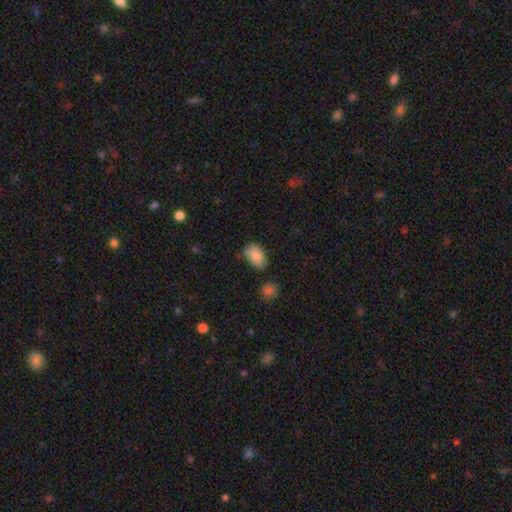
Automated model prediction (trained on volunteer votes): A smooth galaxy with no disk features (87%) that is in between round and cigar-shaped (90%).

Vote fractions:
- Smooth or featured? smooth: 87% / star or artifact: 8% / featured or disk: 5%
- How rounded? in between: 90% / round: 9% / cigar-shaped: 1%
- Merging? none: 68% / minor disturbance: 22% / merger: 5% / major disturbance: 5%